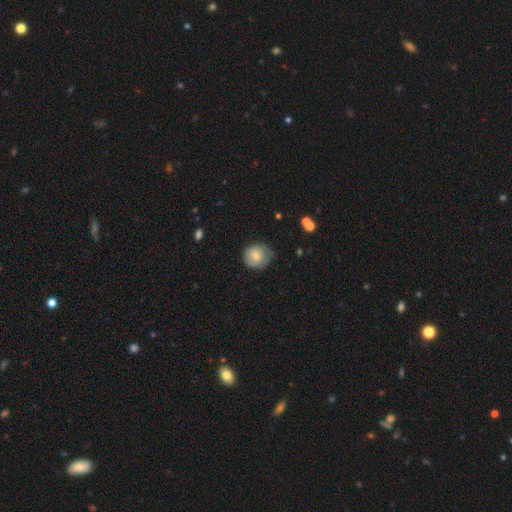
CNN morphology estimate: type=smooth (75%); roundness=round (76%); merging=none (65%).